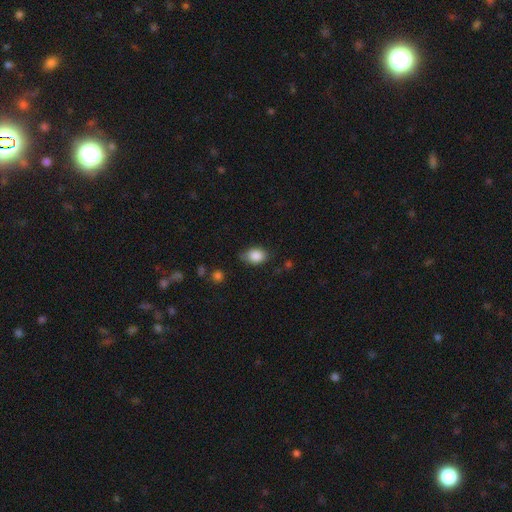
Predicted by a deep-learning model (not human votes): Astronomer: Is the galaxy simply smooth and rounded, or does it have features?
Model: smooth — 85%.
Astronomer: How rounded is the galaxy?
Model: in between — 74%.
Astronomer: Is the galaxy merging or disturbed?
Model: none — 63%.